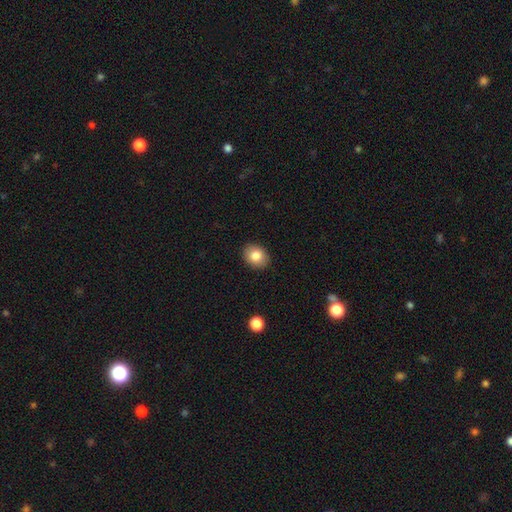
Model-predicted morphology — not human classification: smooth-or-featured: smooth: 83% | star or artifact: 9% | featured or disk: 8%
  how-rounded: in between: 58% | round: 42% | cigar-shaped: 1%
  merging: none: 90% | minor disturbance: 7% | major disturbance: 2% | merger: 1%